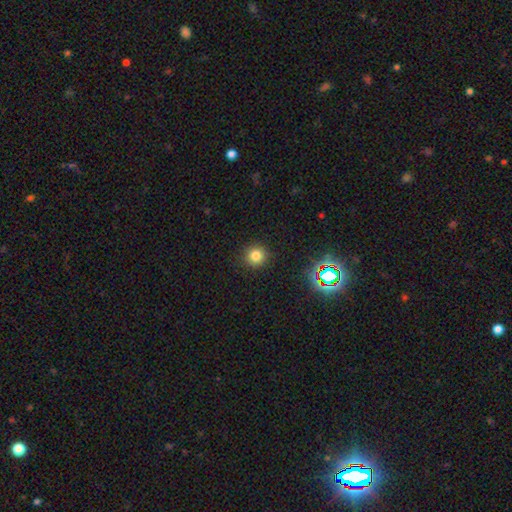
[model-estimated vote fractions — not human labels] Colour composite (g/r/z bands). It shows a smooth galaxy with no disk features (78%) that is round (93%). Merging: none (90%).